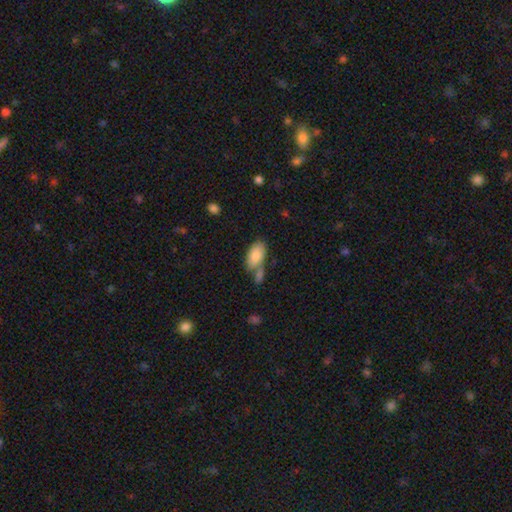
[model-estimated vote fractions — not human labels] Smooth or featured? smooth (83%)
How rounded? in between (94%)
Merging? none (52%)